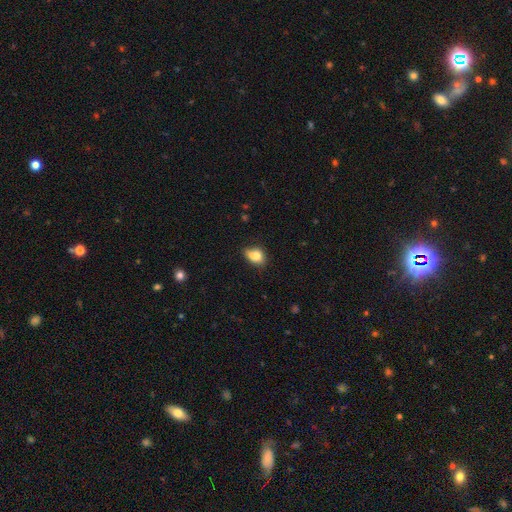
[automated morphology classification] This appears to be a smooth galaxy with no disk features (76%) that is in between round and cigar-shaped (67%). Merging: none (44%).